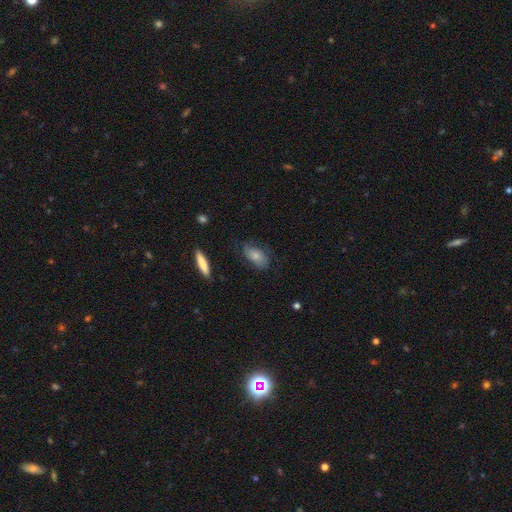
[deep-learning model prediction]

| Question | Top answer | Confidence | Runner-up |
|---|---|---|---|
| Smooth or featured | smooth | 68% | featured or disk (24%) |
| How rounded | in between | 89% | cigar-shaped (6%) |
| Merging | none | 65% | minor disturbance (24%) |